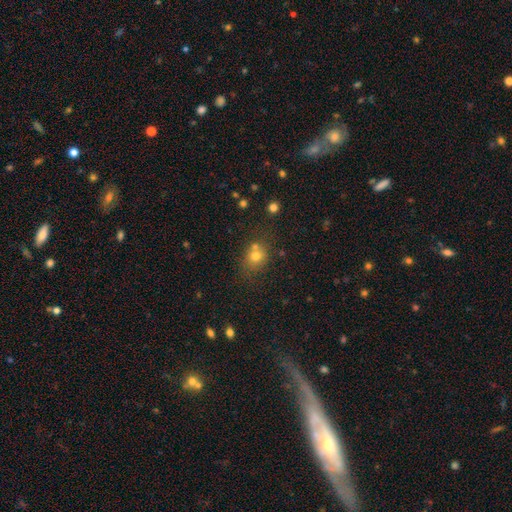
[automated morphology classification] smooth-or-featured: smooth: 71% | star or artifact: 17% | featured or disk: 12%
  how-rounded: round: 67% | in between: 32% | cigar-shaped: 1%
  merging: none: 57% | merger: 25% | minor disturbance: 13% | major disturbance: 5%